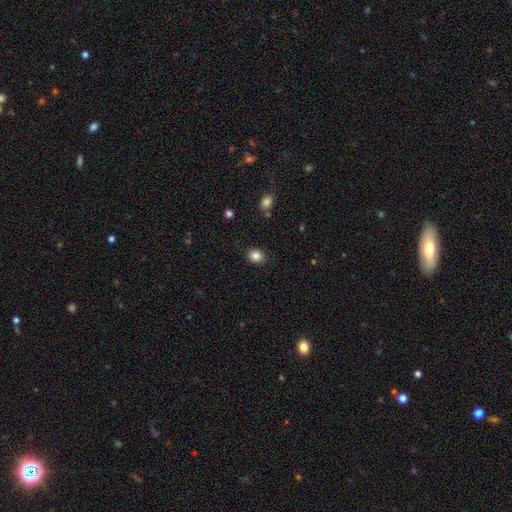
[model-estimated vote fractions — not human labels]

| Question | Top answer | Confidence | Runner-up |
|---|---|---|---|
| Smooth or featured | smooth | 85% | star or artifact (10%) |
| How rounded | round | 68% | in between (32%) |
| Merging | none | 89% | minor disturbance (8%) |